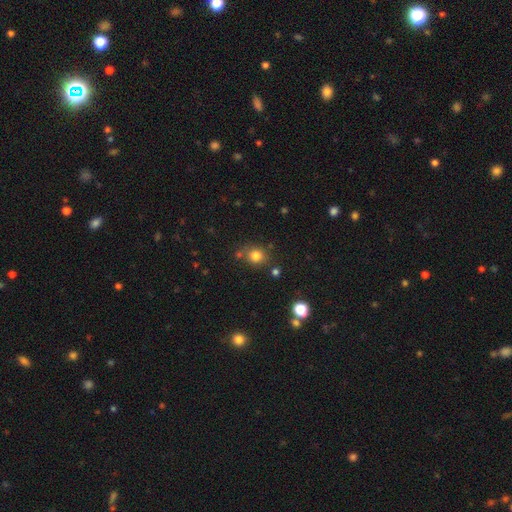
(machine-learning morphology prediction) smooth_or_featured: smooth (p=0.79) [alt: star or artifact p=0.14]
how_rounded: round (p=0.82) [alt: in between p=0.17]
merging: none (p=0.74) [alt: minor disturbance p=0.12]